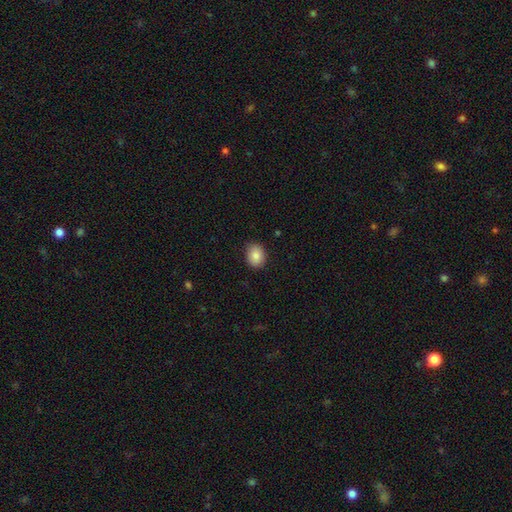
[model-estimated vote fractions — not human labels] Morphology: type=smooth (85%); roundness=round (50%); merging=none (84%).